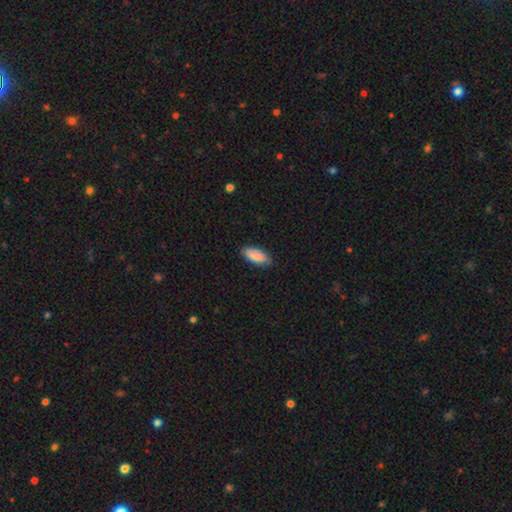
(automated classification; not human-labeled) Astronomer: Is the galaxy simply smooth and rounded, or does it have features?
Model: smooth — 88%.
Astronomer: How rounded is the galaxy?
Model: in between — 85%.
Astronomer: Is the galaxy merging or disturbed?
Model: none — 83%.